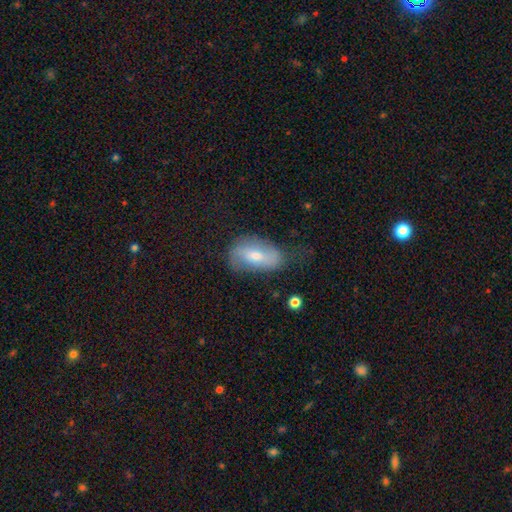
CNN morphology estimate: A smooth galaxy with no disk features (55%) that is in between round and cigar-shaped (89%).

Vote fractions:
- Smooth or featured? smooth: 55% / featured or disk: 37% / star or artifact: 7%
- How rounded? in between: 89% / round: 6% / cigar-shaped: 5%
- Merging? none: 52% / minor disturbance: 32% / major disturbance: 14% / merger: 2%